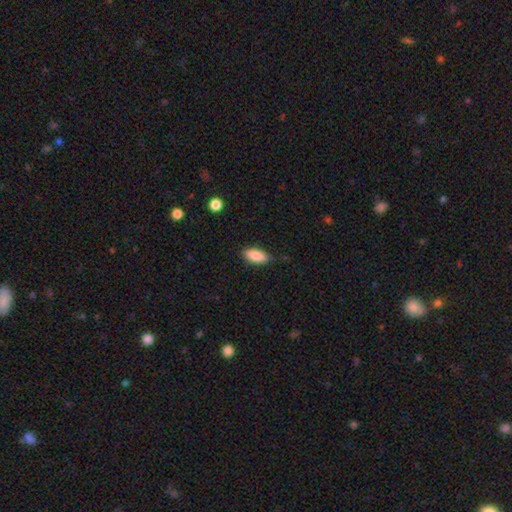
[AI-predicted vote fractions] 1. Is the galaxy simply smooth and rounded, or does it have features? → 88% smooth, 7% star or artifact, 5% featured or disk.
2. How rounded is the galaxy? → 87% in between, 11% cigar-shaped, 2% round.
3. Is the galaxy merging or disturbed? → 81% none, 15% minor disturbance, 3% major disturbance, 1% merger.